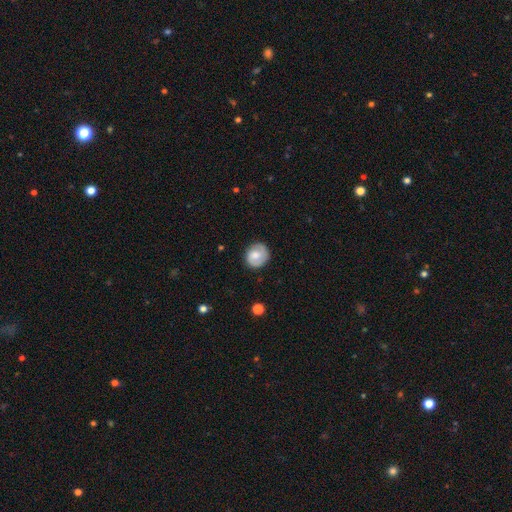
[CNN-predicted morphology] The model was most divided on "smooth or featured": smooth: 60%, featured or disk: 33%, star or artifact: 7%. More confident: how rounded — round (80%); merging — none (80%).